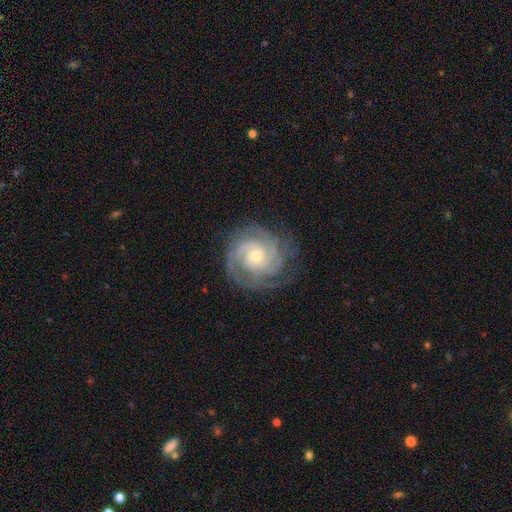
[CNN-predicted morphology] Q: Smooth or featured?
A: featured or disk (89%); runner-up: smooth (6%)
Q: Edge-on disk?
A: no (98%); runner-up: yes (2%)
Q: Bar?
A: no (67%); runner-up: weak (27%)
Q: Spiral arms?
A: yes (98%); runner-up: no (2%)
Q: Spiral winding?
A: tight (75%); runner-up: medium (22%)
Q: Spiral arm count?
A: 3 (30%); runner-up: can't tell (21%)
Q: Bulge size?
A: small (53%); runner-up: moderate (43%)
Q: Merging?
A: none (78%); runner-up: minor disturbance (15%)